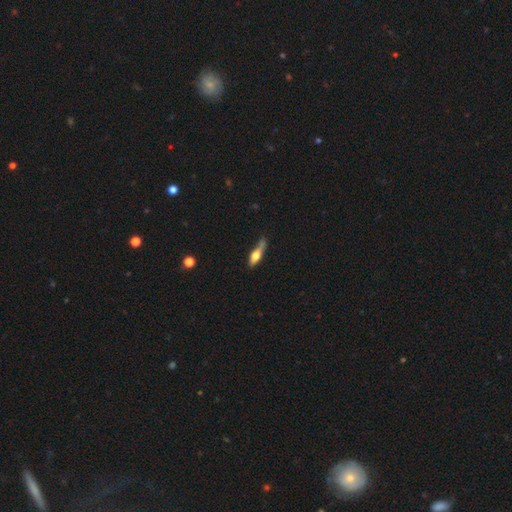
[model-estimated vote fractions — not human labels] This is possibly a smooth galaxy (58%). How rounded: possibly cigar-shaped (57%). Merging: possibly none (45%).